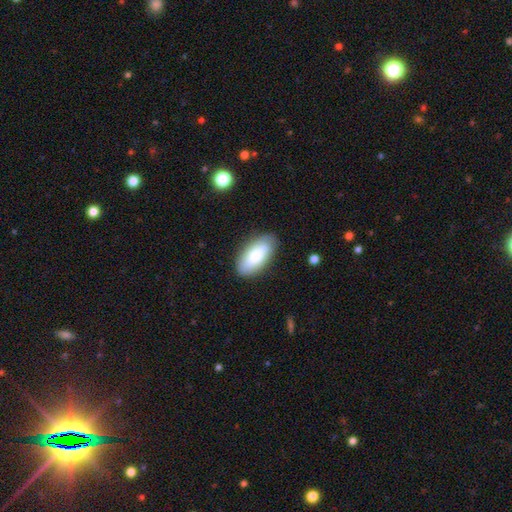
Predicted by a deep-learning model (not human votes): Smooth or featured? Predicted: smooth (p=0.77). How rounded? Predicted: in between (p=0.91). Merging? Predicted: none (p=0.84).